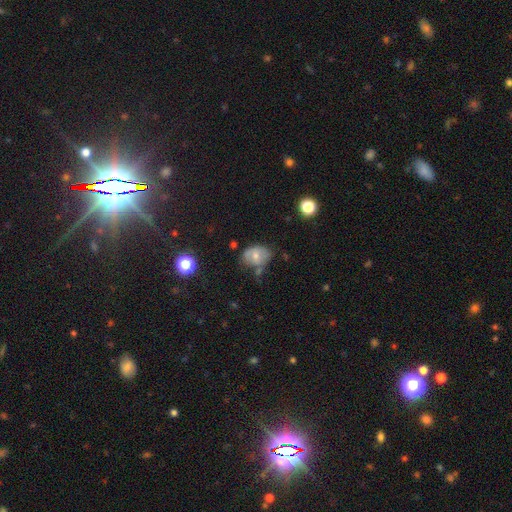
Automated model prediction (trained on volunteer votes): Morphology: type=smooth (59%); roundness=in between (66%); merging=none (49%).